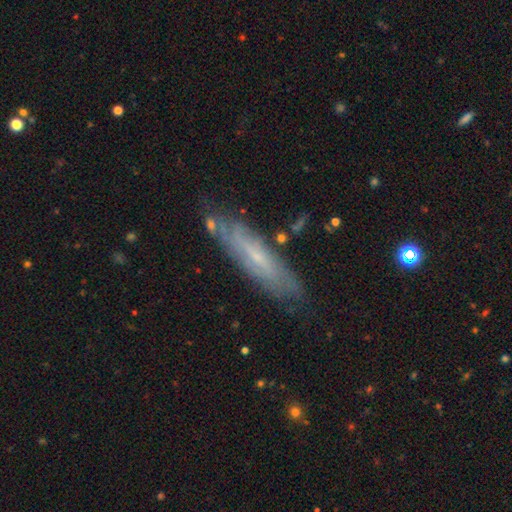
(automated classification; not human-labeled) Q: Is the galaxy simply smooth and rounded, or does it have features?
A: featured or disk — 59%.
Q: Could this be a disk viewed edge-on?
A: no — 51%.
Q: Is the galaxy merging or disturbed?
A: none — 77%.